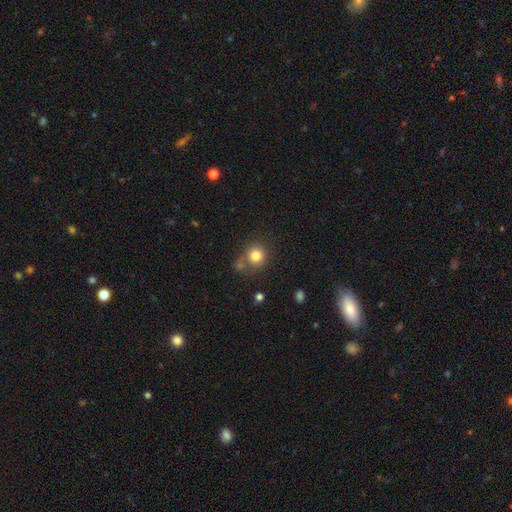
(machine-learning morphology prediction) smooth 81%, star or artifact 11%, featured or disk 8%. Down the decision tree: how rounded — round (89%); merging — none (65%).